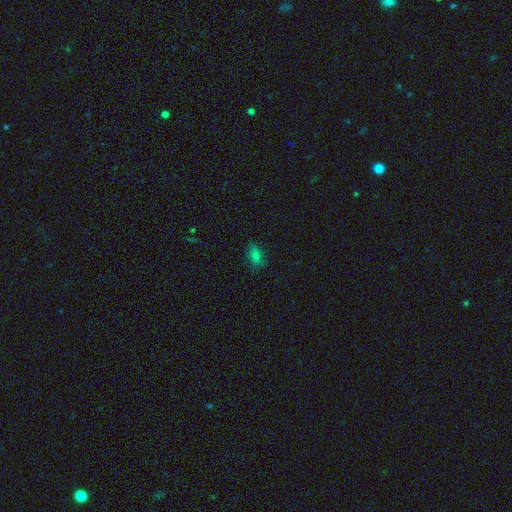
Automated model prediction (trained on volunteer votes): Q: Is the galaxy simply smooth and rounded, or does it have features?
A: smooth — 70%.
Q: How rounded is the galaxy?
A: in between — 78%.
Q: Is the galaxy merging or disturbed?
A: none — 77%.